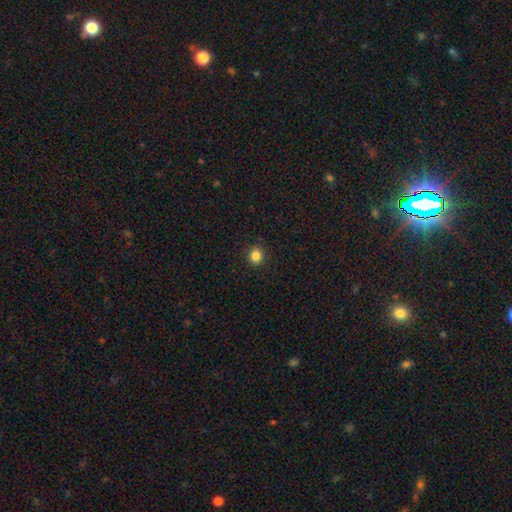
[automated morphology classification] smooth_or_featured: smooth (p=0.84) [alt: star or artifact p=0.12]
how_rounded: round (p=0.85) [alt: in between p=0.14]
merging: none (p=0.91) [alt: minor disturbance p=0.06]